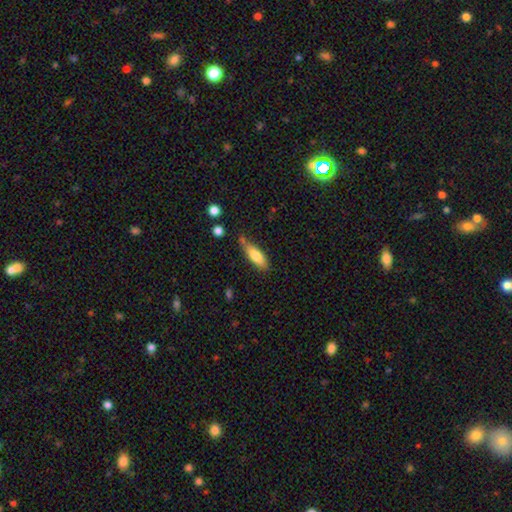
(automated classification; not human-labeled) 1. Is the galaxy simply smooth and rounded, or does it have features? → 75% smooth, 19% featured or disk, 7% star or artifact.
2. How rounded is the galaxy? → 51% in between, 47% cigar-shaped, 2% round.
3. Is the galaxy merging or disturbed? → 64% none, 24% minor disturbance, 7% merger, 5% major disturbance.